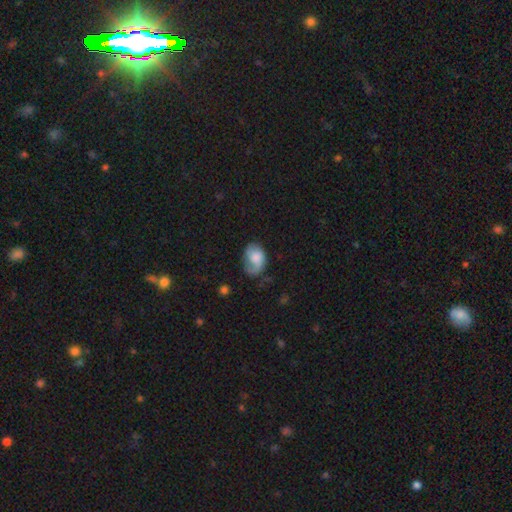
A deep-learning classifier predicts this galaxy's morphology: smooth_or_featured: smooth (p=0.54) [alt: featured or disk p=0.38]
how_rounded: in between (p=0.80) [alt: round p=0.19]
merging: none (p=0.46) [alt: minor disturbance p=0.31]